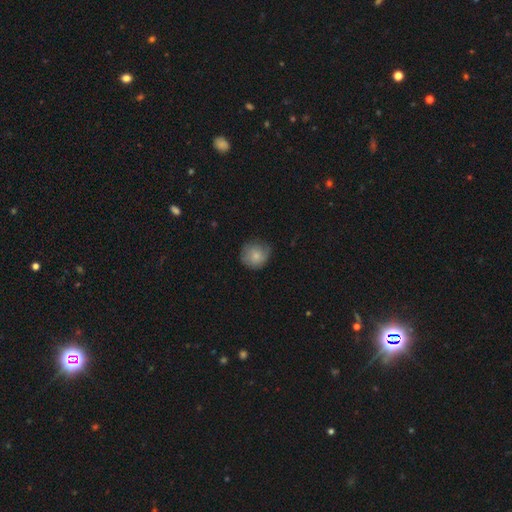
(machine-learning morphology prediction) Smooth or featured? Predicted: smooth (p=0.79). How rounded? Predicted: round (p=0.88). Merging? Predicted: none (p=0.71).